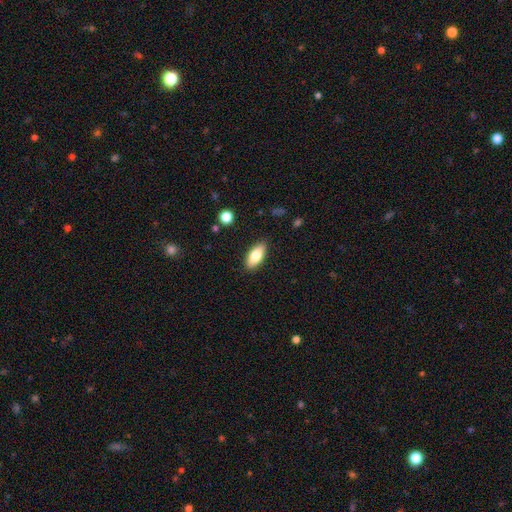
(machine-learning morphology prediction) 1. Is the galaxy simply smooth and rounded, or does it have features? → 80% smooth, 14% featured or disk, 7% star or artifact.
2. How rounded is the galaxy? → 83% in between, 15% cigar-shaped, 2% round.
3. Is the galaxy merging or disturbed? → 87% none, 9% minor disturbance, 2% major disturbance, 1% merger.